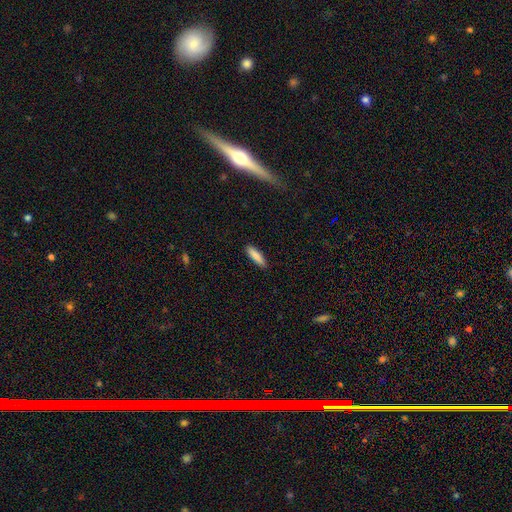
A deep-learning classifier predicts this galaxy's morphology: Q: Smooth or featured?
A: smooth (87%); runner-up: featured or disk (7%)
Q: How rounded?
A: cigar-shaped (73%); runner-up: in between (25%)
Q: Merging?
A: none (89%); runner-up: minor disturbance (8%)